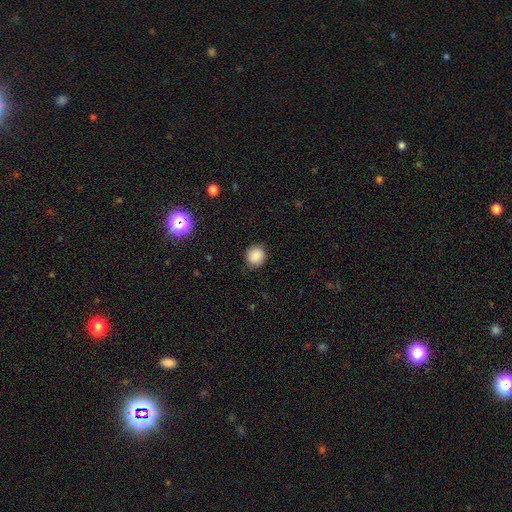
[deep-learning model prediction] This is clearly a smooth galaxy (86%). How rounded: clearly round (86%). Merging: clearly none (86%).